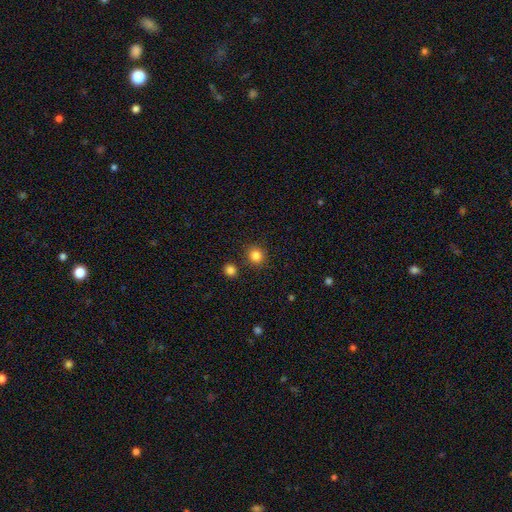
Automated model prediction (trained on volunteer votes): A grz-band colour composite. It shows a smooth galaxy with no disk features (84%) that is round (89%). Merging: none (86%).